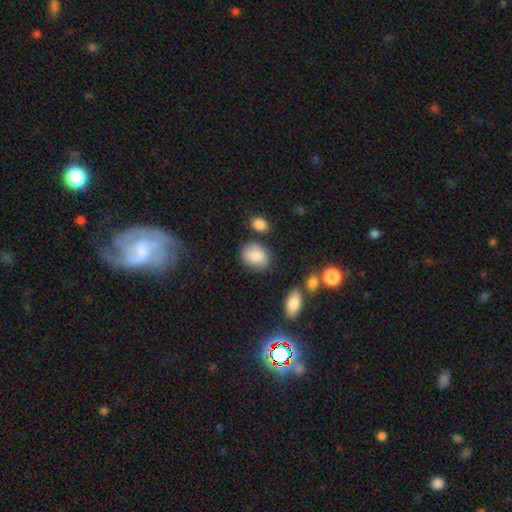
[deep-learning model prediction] smooth-or-featured: smooth: 80% | featured or disk: 12% | star or artifact: 8%
  how-rounded: in between: 59% | round: 39% | cigar-shaped: 1%
  merging: none: 72% | minor disturbance: 18% | merger: 6% | major disturbance: 5%